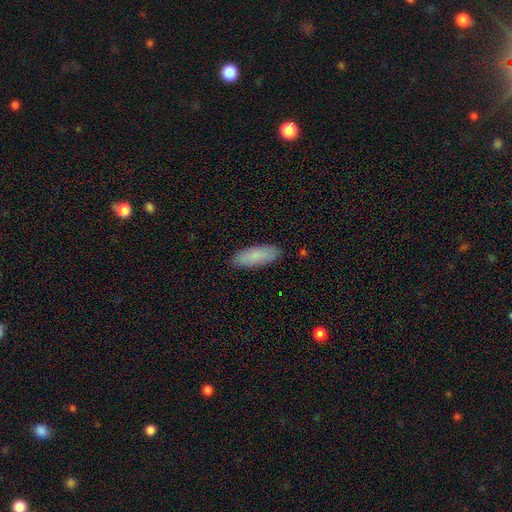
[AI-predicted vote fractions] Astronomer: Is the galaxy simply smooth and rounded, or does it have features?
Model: smooth — 86%.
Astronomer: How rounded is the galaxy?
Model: in between — 65%.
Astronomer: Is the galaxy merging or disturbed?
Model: none — 88%.